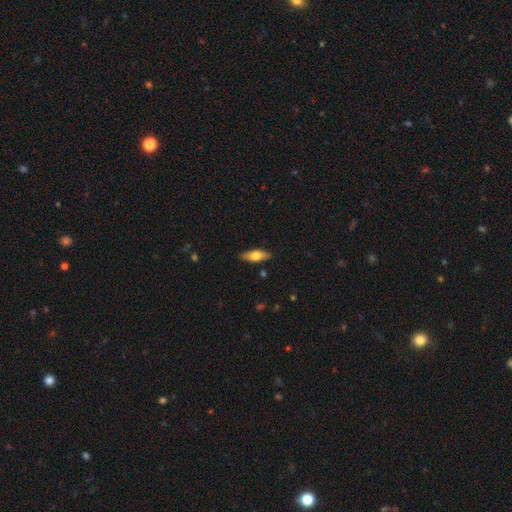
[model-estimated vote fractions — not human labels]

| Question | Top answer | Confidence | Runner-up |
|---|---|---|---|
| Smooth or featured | smooth | 65% | featured or disk (29%) |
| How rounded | in between | 60% | cigar-shaped (37%) |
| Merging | none | 87% | minor disturbance (10%) |